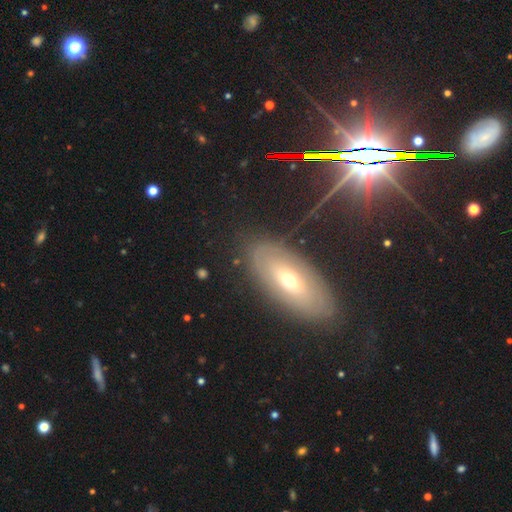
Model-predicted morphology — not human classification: This appears to be a featured or disk galaxy (43%). Merging: none (83%).